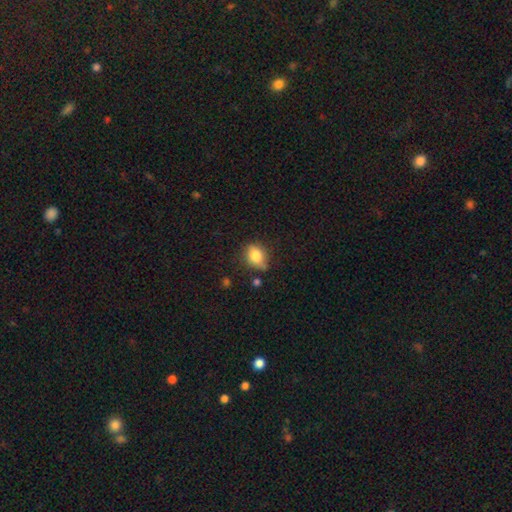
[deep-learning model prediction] Morphology: type=smooth (79%); roundness=in between (62%); merging=none (64%).